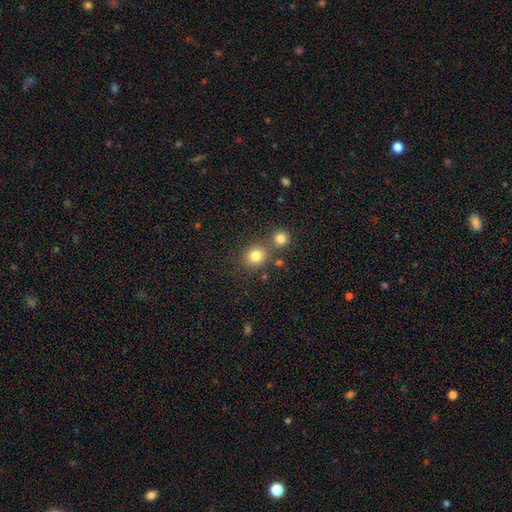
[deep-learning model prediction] Q: Smooth or featured?
A: smooth (81%); runner-up: star or artifact (13%)
Q: How rounded?
A: round (83%); runner-up: in between (16%)
Q: Merging?
A: none (69%); runner-up: merger (19%)